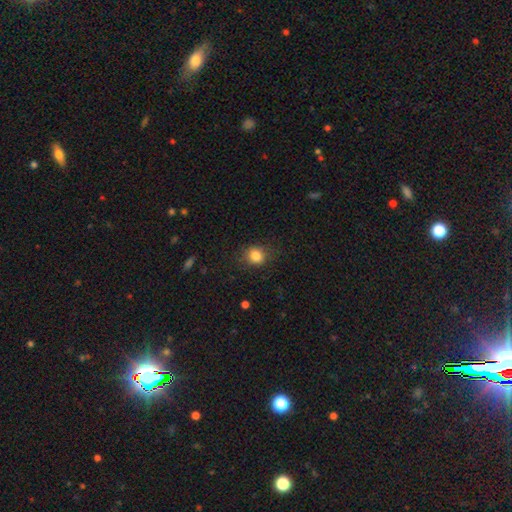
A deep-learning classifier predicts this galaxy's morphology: Q: Smooth or featured?
A: smooth (83%); runner-up: star or artifact (11%)
Q: How rounded?
A: round (73%); runner-up: in between (26%)
Q: Merging?
A: none (79%); runner-up: minor disturbance (15%)